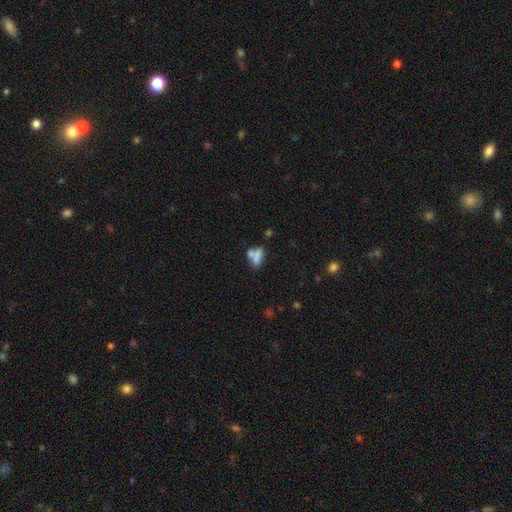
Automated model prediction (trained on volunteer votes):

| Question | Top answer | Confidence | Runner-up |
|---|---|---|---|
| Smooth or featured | smooth | 63% | featured or disk (24%) |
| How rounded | in between | 62% | cigar-shaped (25%) |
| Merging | merger | 43% | none (38%) |